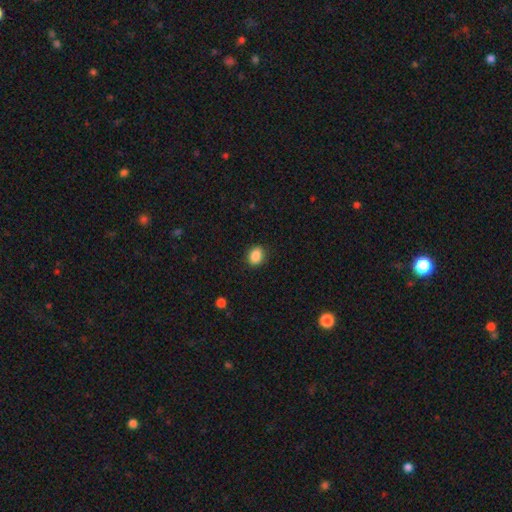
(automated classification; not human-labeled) Smooth or featured: smooth — 88% (star or artifact — 9%)
How rounded: in between — 52% (round — 47%)
Merging: none — 89% (minor disturbance — 8%)